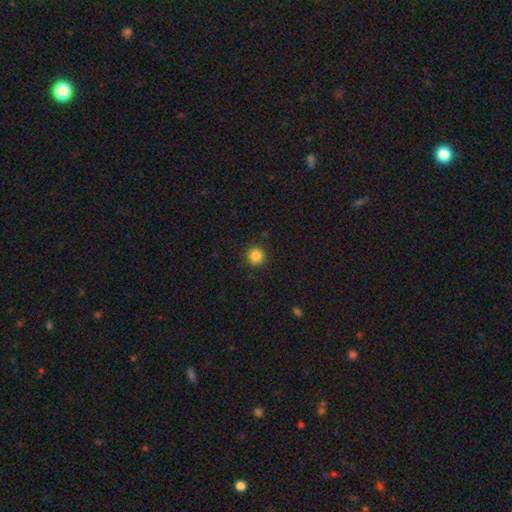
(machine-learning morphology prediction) Smooth or featured? Predicted: smooth (p=0.86). How rounded? Predicted: round (p=0.95). Merging? Predicted: none (p=0.92).